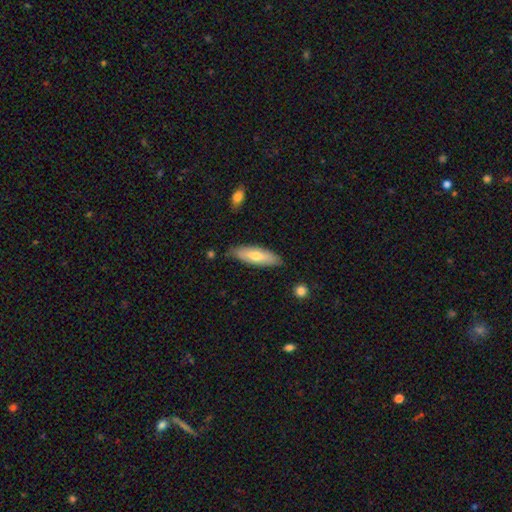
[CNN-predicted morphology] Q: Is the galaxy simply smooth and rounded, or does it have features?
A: smooth — 61%.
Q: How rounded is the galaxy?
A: in between — 53%.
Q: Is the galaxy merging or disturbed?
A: none — 81%.